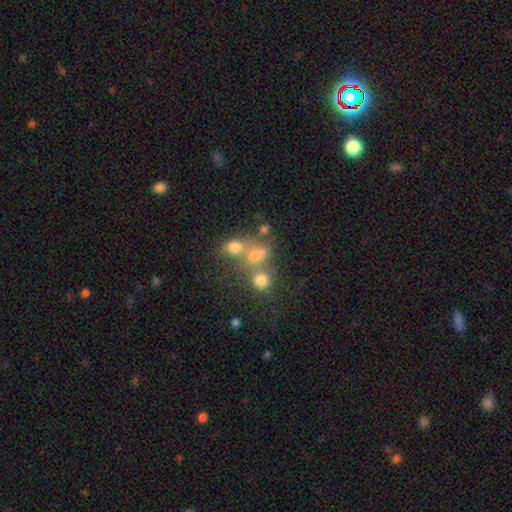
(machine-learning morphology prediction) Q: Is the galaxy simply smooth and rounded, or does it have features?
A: smooth — 62%.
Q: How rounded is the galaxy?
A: round — 53%.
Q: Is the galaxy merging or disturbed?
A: merger — 48%.